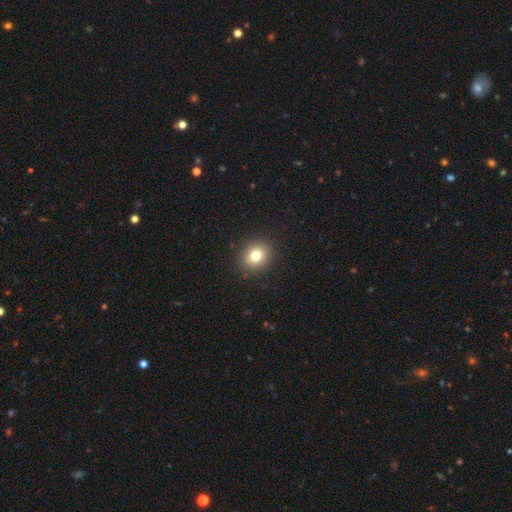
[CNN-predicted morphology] Smooth or featured? smooth (80%)
How rounded? round (61%)
Merging? none (90%)